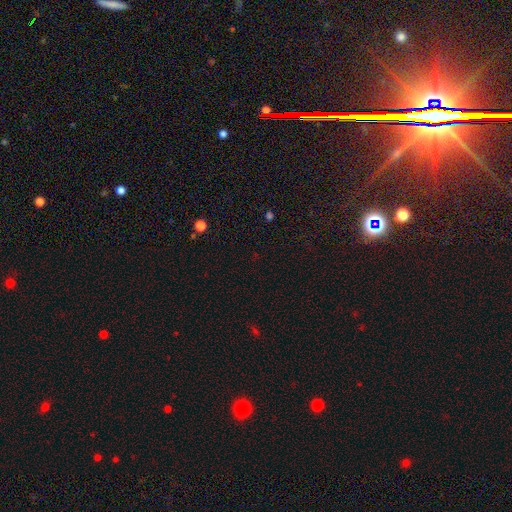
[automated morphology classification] Smooth or featured? Predicted: star or artifact (p=0.66).